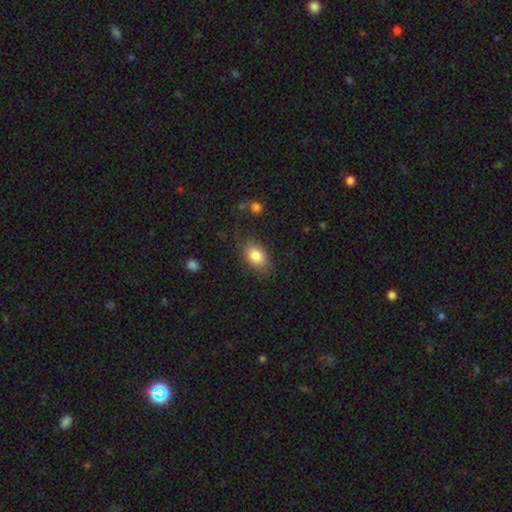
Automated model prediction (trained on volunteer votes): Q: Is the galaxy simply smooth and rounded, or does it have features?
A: smooth — 83%.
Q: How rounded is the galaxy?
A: in between — 83%.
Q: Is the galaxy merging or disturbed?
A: none — 73%.